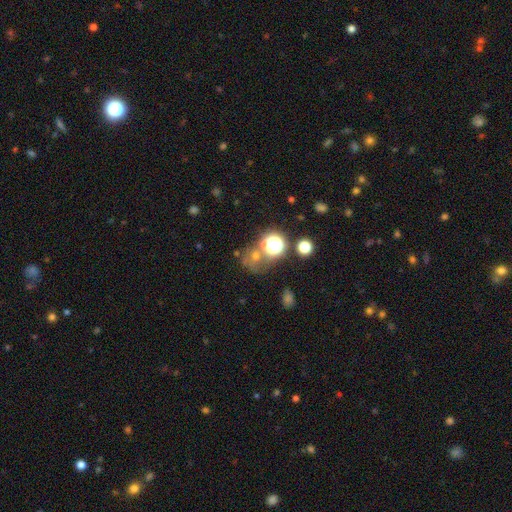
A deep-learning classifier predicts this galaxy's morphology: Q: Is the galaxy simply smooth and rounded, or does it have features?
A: star or artifact — 47%.